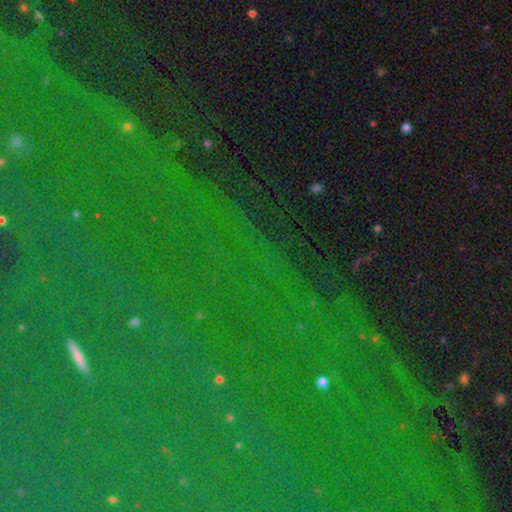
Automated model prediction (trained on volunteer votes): The model was most divided on "smooth or featured": star or artifact: 86%, smooth: 7%, featured or disk: 7%.